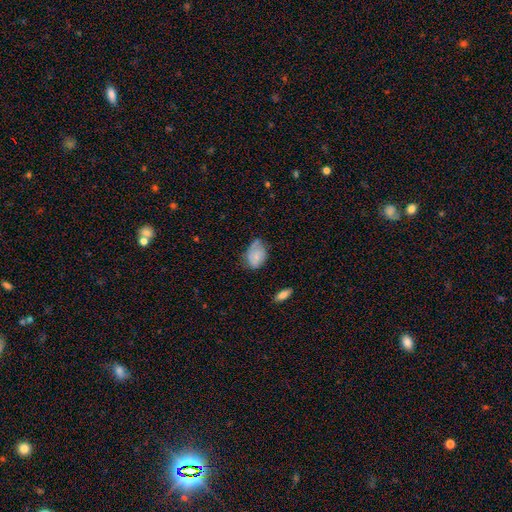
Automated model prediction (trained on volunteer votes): Q: Smooth or featured?
A: smooth (66%); runner-up: featured or disk (26%)
Q: How rounded?
A: in between (82%); runner-up: round (17%)
Q: Merging?
A: none (45%); runner-up: minor disturbance (39%)